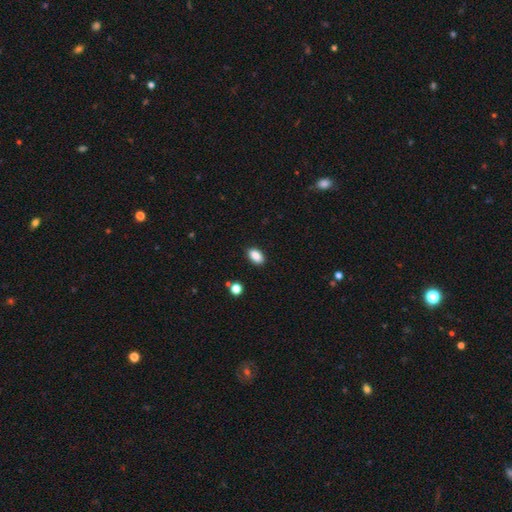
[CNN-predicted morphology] The model was most divided on "smooth or featured": smooth: 88%, star or artifact: 8%, featured or disk: 4%. More confident: how rounded — in between (92%); merging — none (89%).